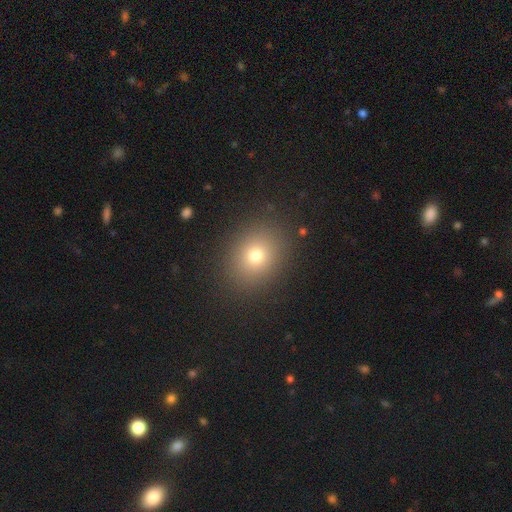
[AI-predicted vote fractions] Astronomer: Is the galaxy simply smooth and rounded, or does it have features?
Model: smooth — 73%.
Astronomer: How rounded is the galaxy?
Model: round — 63%.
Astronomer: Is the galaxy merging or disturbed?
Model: none — 88%.